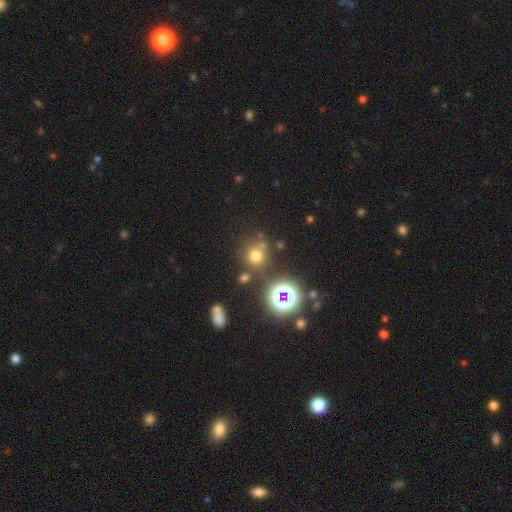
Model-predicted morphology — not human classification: A smooth galaxy with no disk features (63%) that is round (89%).

Vote fractions:
- Smooth or featured? smooth: 63% / star or artifact: 29% / featured or disk: 9%
- How rounded? round: 89% / in between: 10% / cigar-shaped: 1%
- Merging? none: 71% / merger: 13% / minor disturbance: 11% / major disturbance: 5%